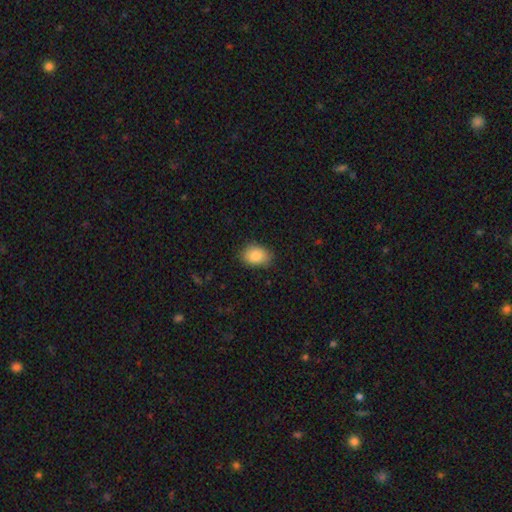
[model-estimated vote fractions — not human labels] This is clearly a smooth galaxy (84%). How rounded: likely in between (73%). Merging: clearly none (83%).